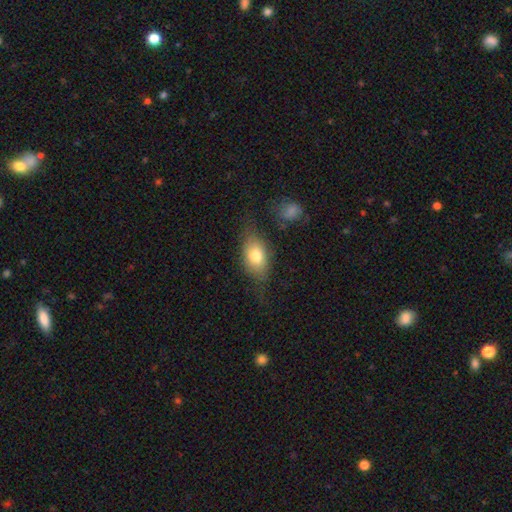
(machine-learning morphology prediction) This appears to be a smooth galaxy with no disk features (74%) that is in between round and cigar-shaped (83%). Merging: none (64%).